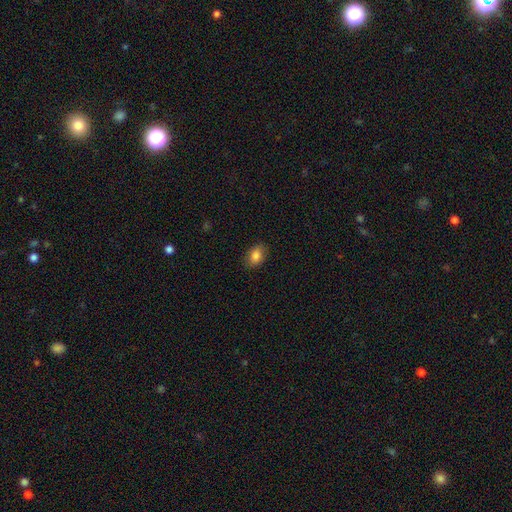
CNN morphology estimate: Smooth or featured? Predicted: smooth (p=0.85). How rounded? Predicted: in between (p=0.82). Merging? Predicted: none (p=0.86).